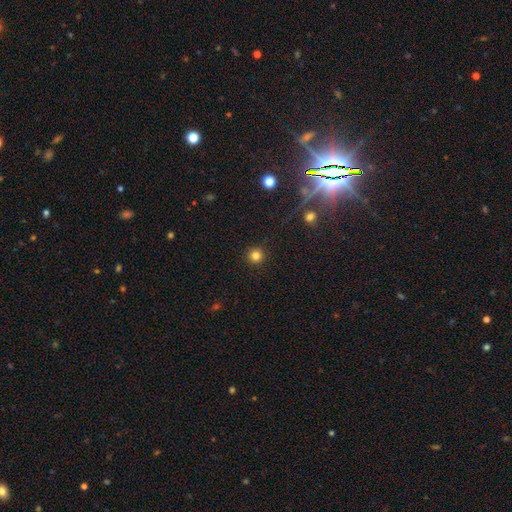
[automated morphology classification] The model was most divided on "smooth or featured": smooth: 81%, star or artifact: 14%, featured or disk: 5%. More confident: how rounded — round (96%); merging — none (91%).